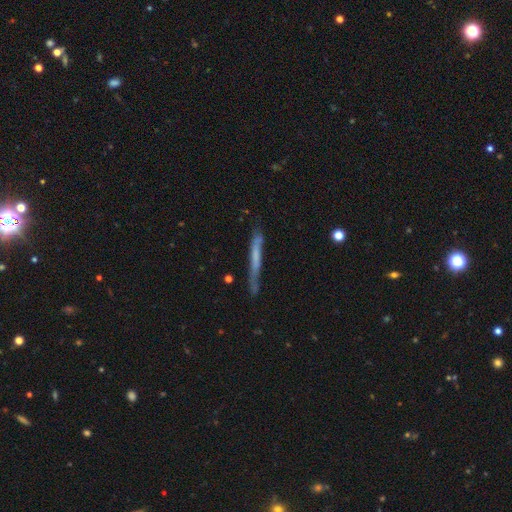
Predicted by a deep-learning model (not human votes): A smooth galaxy with no disk features (47%). Merging: none (66%).